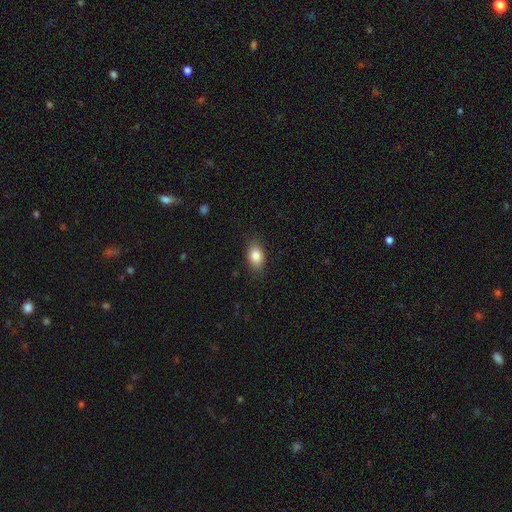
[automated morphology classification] Overall: smooth (84%). How rounded: in between (85%). Merging: none (84%).